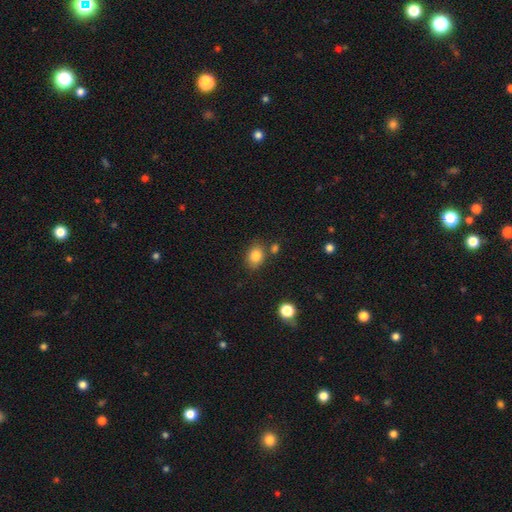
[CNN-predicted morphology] Smooth or featured? Predicted: smooth (p=0.83). How rounded? Predicted: in between (p=0.59). Merging? Predicted: none (p=0.76).